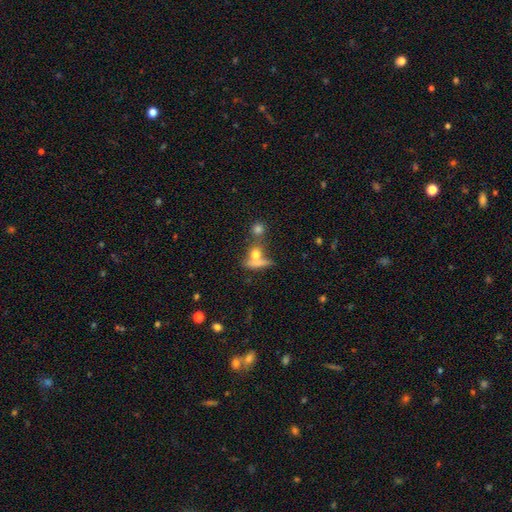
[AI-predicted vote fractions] A smooth galaxy with no disk features (63%) that is round (45%).

Vote fractions:
- Smooth or featured? smooth: 63% / featured or disk: 23% / star or artifact: 14%
- How rounded? round: 45% / in between: 29% / cigar-shaped: 27%
- Merging? none: 45% / merger: 37% / minor disturbance: 10% / major disturbance: 7%